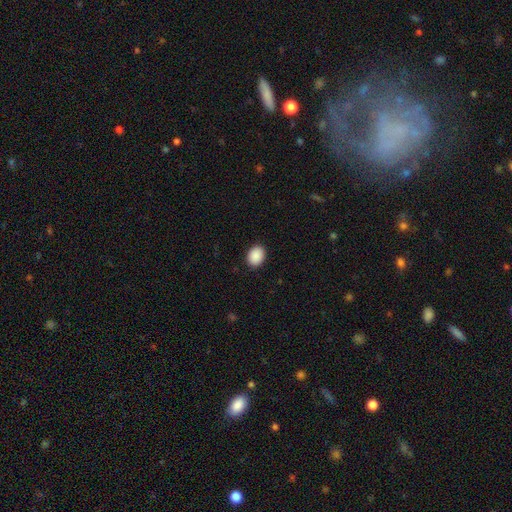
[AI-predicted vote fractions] smooth 90%, star or artifact 7%, featured or disk 2%. Down the decision tree: how rounded — in between (64%); merging — none (90%).